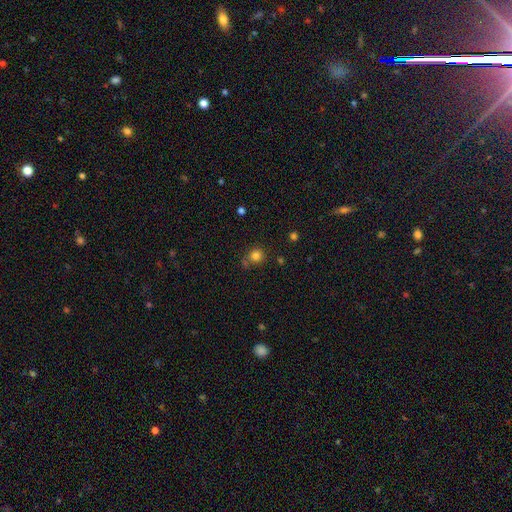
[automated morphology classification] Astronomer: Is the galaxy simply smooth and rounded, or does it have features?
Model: smooth — 81%.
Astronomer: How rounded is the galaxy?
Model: round — 87%.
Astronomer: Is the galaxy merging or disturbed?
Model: none — 70%.